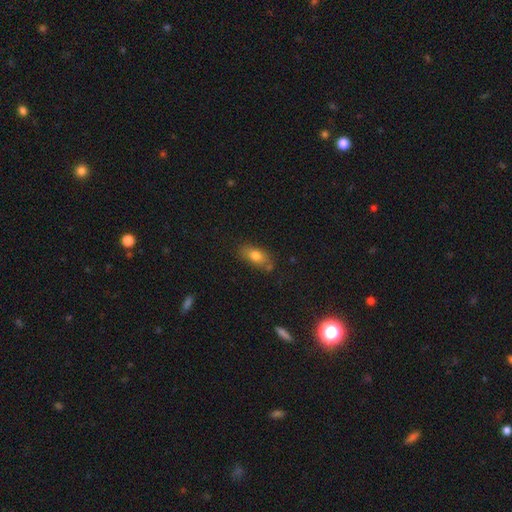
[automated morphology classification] The model was most divided on "merging": none: 70%, minor disturbance: 20%, merger: 5%, major disturbance: 5%. More confident: how rounded — in between (82%); smooth or featured — smooth (75%).